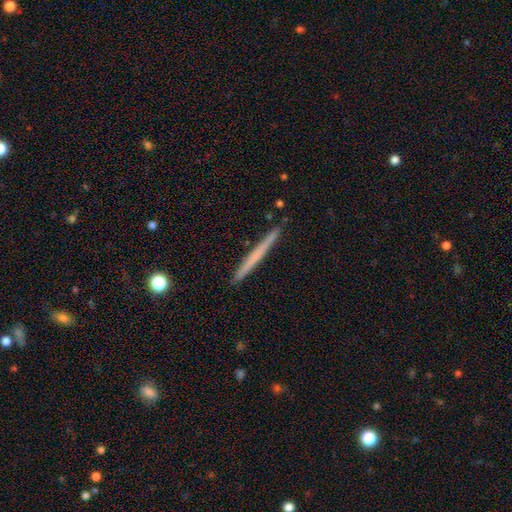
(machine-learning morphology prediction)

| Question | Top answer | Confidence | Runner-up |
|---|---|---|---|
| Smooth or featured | smooth | 54% | featured or disk (41%) |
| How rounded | cigar-shaped | 97% | in between (1%) |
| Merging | none | 91% | minor disturbance (6%) |